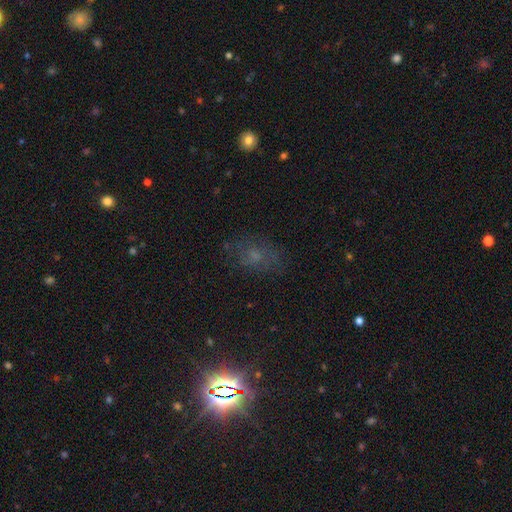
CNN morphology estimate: smooth_or_featured: smooth (p=0.43) [alt: star or artifact p=0.34]
merging: none (p=0.68) [alt: minor disturbance p=0.18]